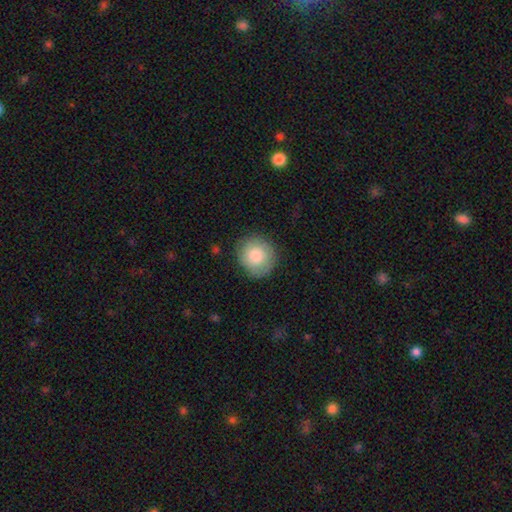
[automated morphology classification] A smooth galaxy with no disk features (81%) that is round (88%). Merging: none (83%).